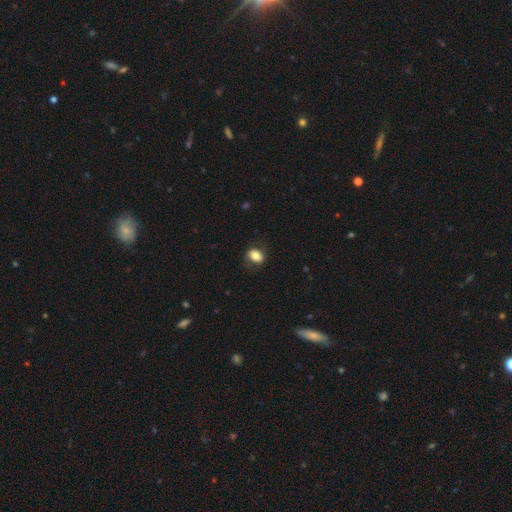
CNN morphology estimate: type=smooth (82%); roundness=in between (77%); merging=none (76%).